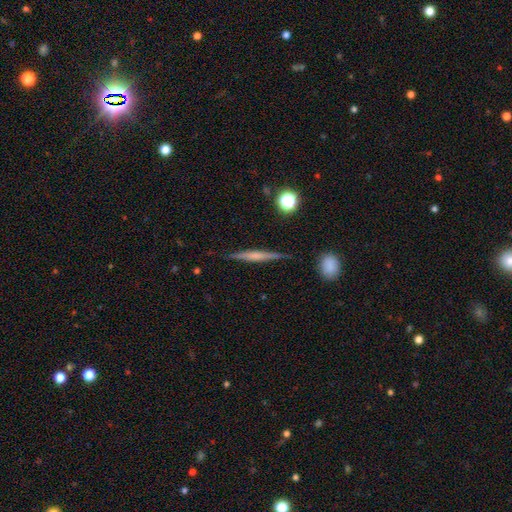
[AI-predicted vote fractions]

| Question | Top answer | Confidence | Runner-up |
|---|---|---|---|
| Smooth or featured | featured or disk | 57% | smooth (35%) |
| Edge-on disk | yes | 97% | no (3%) |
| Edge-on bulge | none | 46% | rounded (36%) |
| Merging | none | 87% | minor disturbance (9%) |